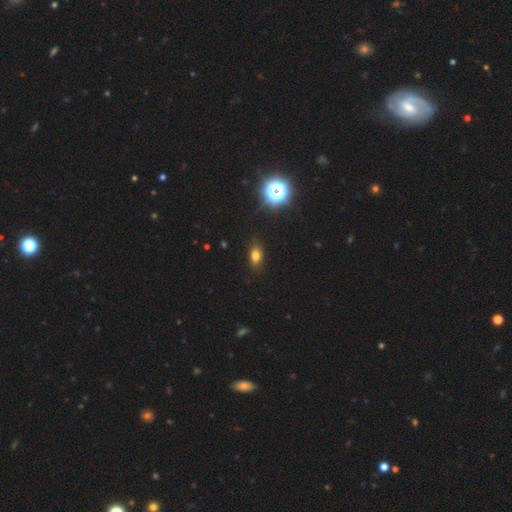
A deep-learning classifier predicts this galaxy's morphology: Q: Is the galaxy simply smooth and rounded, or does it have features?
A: smooth — 74%.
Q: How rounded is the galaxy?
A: in between — 80%.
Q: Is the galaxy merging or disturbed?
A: none — 85%.